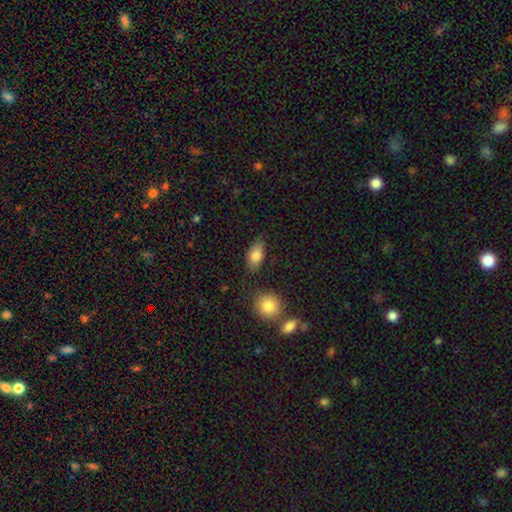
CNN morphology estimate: Q: Smooth or featured?
A: smooth (82%); runner-up: featured or disk (11%)
Q: How rounded?
A: in between (88%); runner-up: round (7%)
Q: Merging?
A: none (76%); runner-up: minor disturbance (15%)